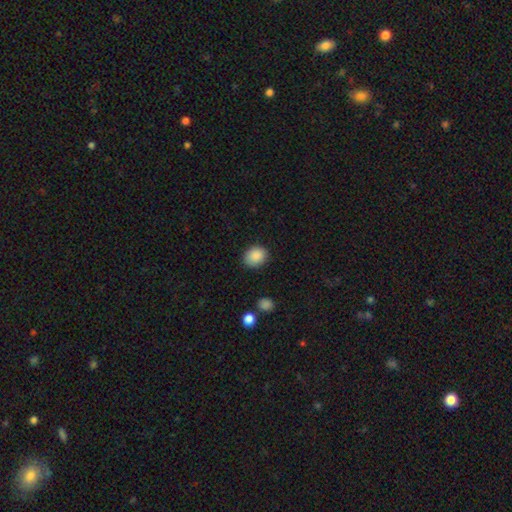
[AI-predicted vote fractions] Smooth or featured: smooth — 88% (star or artifact — 8%)
How rounded: round — 52% (in between — 47%)
Merging: none — 84% (minor disturbance — 12%)